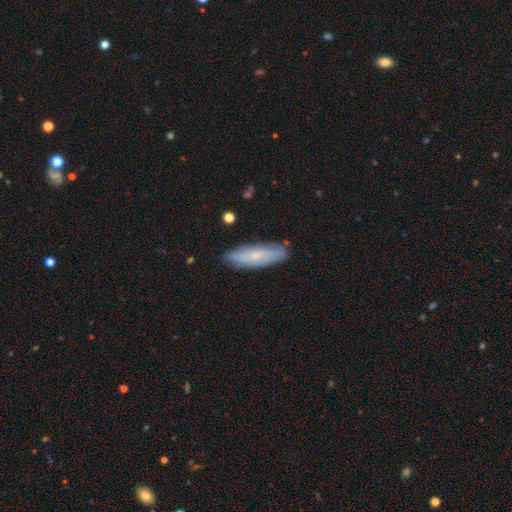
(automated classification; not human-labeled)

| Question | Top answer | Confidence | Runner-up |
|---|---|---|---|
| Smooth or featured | smooth | 56% | featured or disk (37%) |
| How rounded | cigar-shaped | 55% | in between (43%) |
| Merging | none | 82% | minor disturbance (14%) |